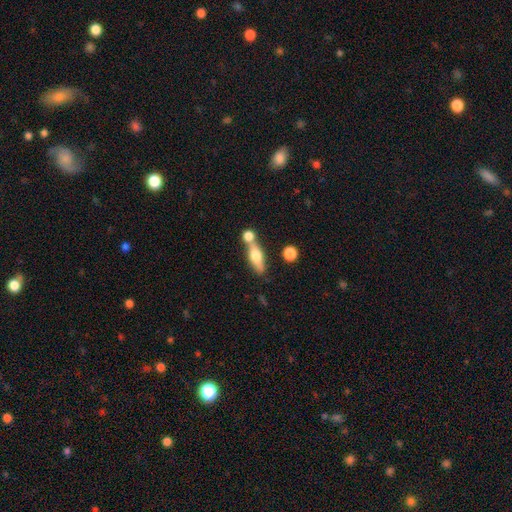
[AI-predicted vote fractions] Morphology: type=smooth (58%); roundness=in between (48%); merging=none (48%).